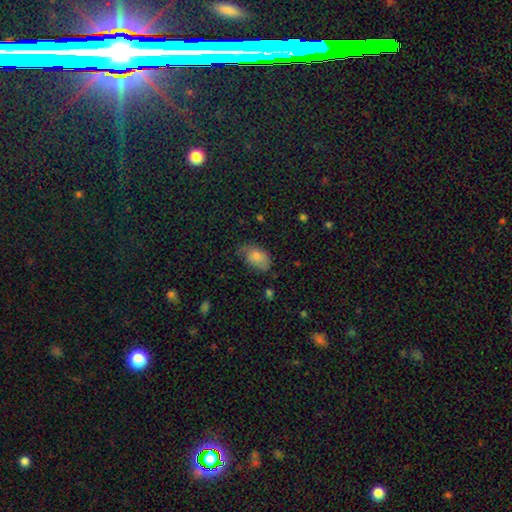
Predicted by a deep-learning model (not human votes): Overall: smooth (79%). How rounded: in between (89%). Merging: none (55%; minor disturbance 34%).